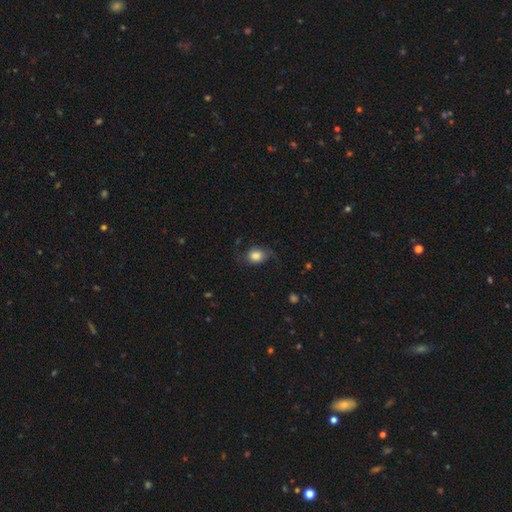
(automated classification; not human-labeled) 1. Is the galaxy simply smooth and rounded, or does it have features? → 73% smooth, 18% featured or disk, 9% star or artifact.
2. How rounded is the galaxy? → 54% round, 45% in between, 1% cigar-shaped.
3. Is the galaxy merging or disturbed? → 58% none, 26% minor disturbance, 15% major disturbance, 2% merger.